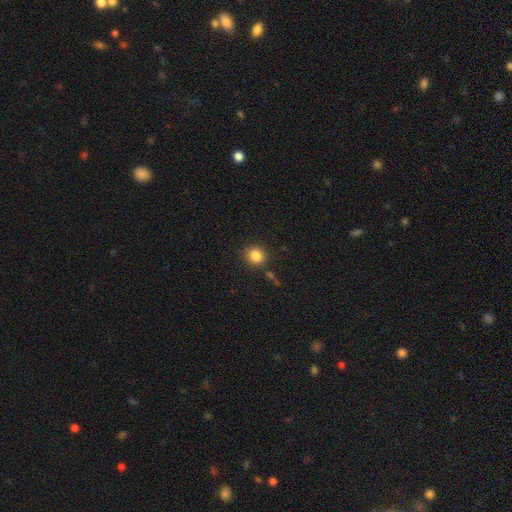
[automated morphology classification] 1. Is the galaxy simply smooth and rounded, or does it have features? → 84% smooth, 11% star or artifact, 5% featured or disk.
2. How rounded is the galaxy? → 91% round, 8% in between, 1% cigar-shaped.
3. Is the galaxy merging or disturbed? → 88% none, 7% minor disturbance, 3% merger, 2% major disturbance.